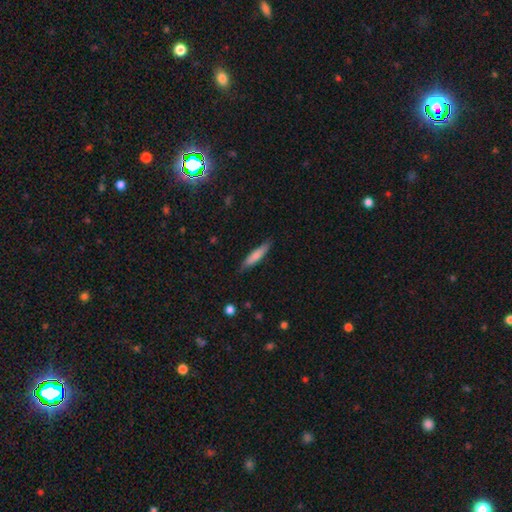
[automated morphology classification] smooth_or_featured: smooth (p=0.76) [alt: featured or disk p=0.18]
how_rounded: cigar-shaped (p=0.84) [alt: in between p=0.14]
merging: none (p=0.83) [alt: minor disturbance p=0.14]